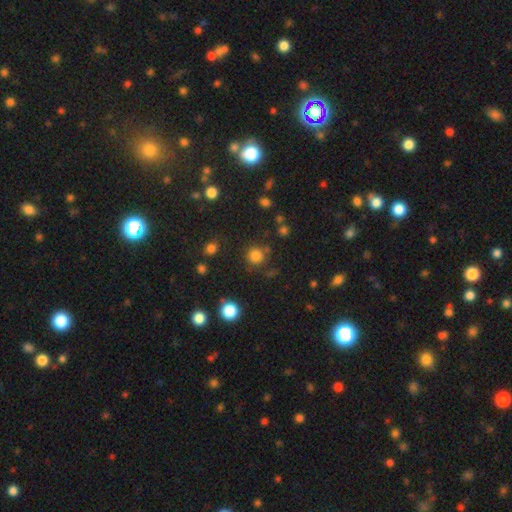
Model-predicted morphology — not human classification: Overall: smooth (80%). How rounded: round (94%). Merging: none (81%).